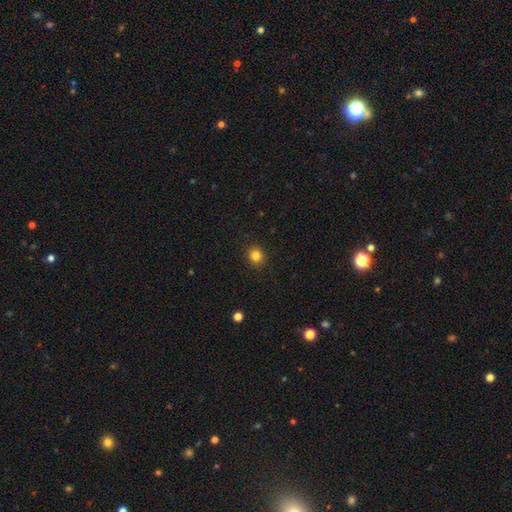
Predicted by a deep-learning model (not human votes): Overall: smooth (83%). How rounded: round (83%). Merging: none (92%).